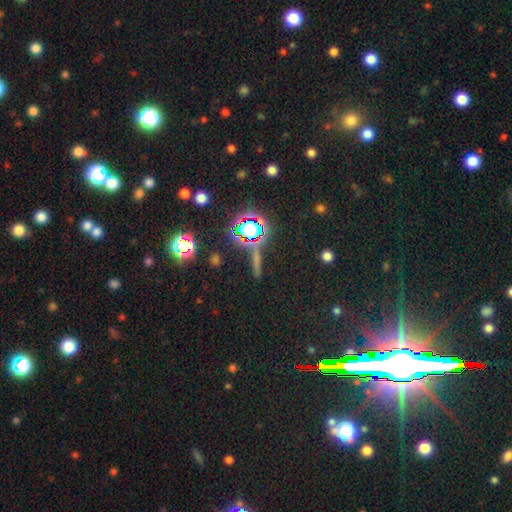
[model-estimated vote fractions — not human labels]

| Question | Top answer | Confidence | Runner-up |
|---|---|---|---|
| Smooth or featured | star or artifact | 64% | smooth (21%) |